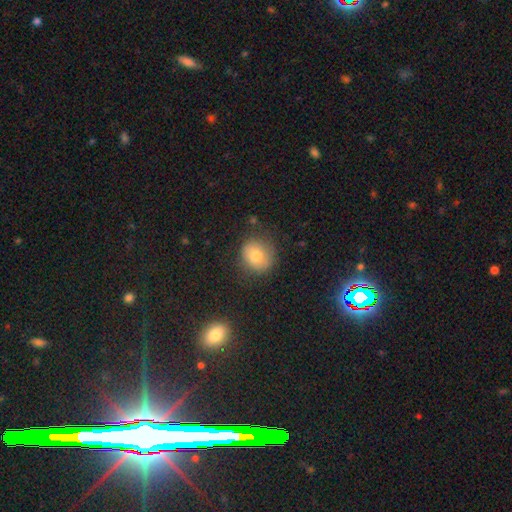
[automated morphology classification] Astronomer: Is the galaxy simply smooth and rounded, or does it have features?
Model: smooth — 75%.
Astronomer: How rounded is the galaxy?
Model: round — 76%.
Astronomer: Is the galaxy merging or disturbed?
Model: none — 74%.